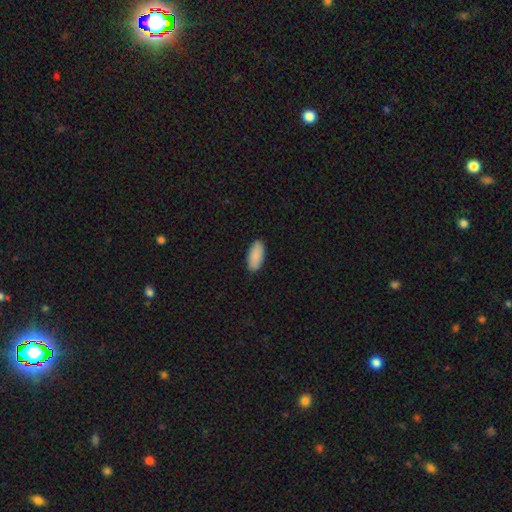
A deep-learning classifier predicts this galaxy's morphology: A smooth galaxy with no disk features (90%) that is in between round and cigar-shaped (90%).

Vote fractions:
- Smooth or featured? smooth: 90% / star or artifact: 6% / featured or disk: 4%
- How rounded? in between: 90% / cigar-shaped: 9% / round: 2%
- Merging? none: 90% / minor disturbance: 8% / major disturbance: 2% / merger: 1%